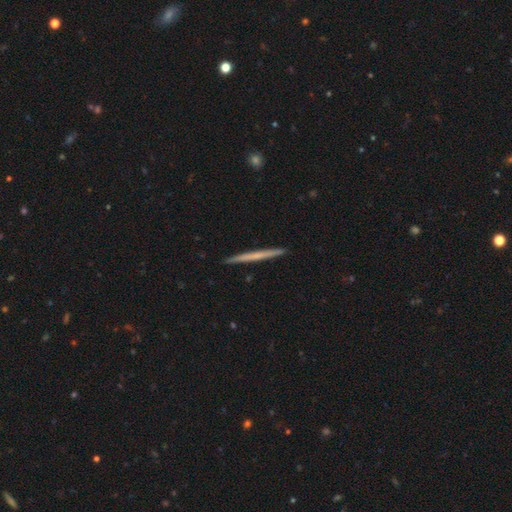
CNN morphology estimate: Q: Smooth or featured?
A: featured or disk (48%); runner-up: smooth (47%)
Q: Merging?
A: none (93%); runner-up: minor disturbance (5%)